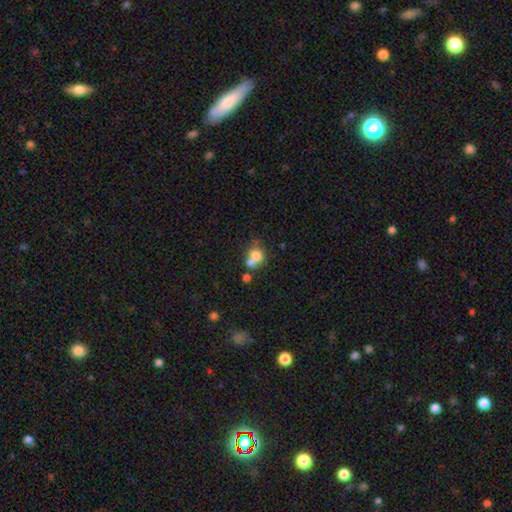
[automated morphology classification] A smooth galaxy with no disk features (73%) that is round (78%). Merging: merger (47%).